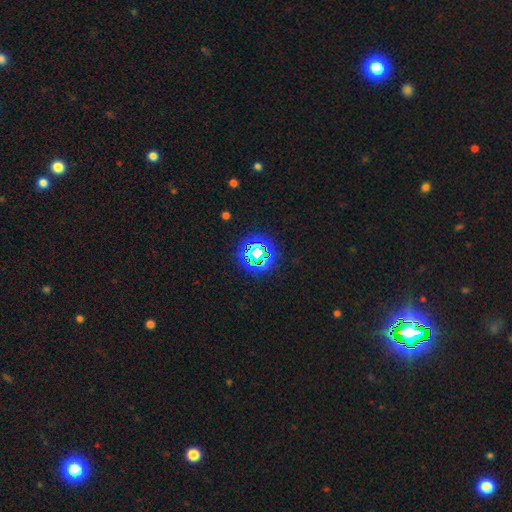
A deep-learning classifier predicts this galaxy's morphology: star or artifact 75%, smooth 16%, featured or disk 9%.